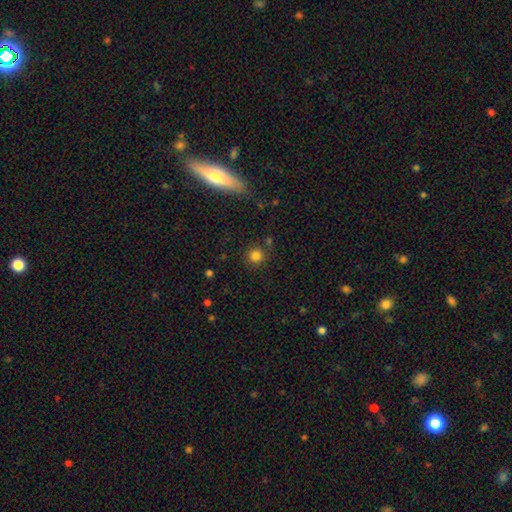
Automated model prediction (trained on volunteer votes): Smooth or featured? smooth (81%)
How rounded? round (92%)
Merging? none (82%)